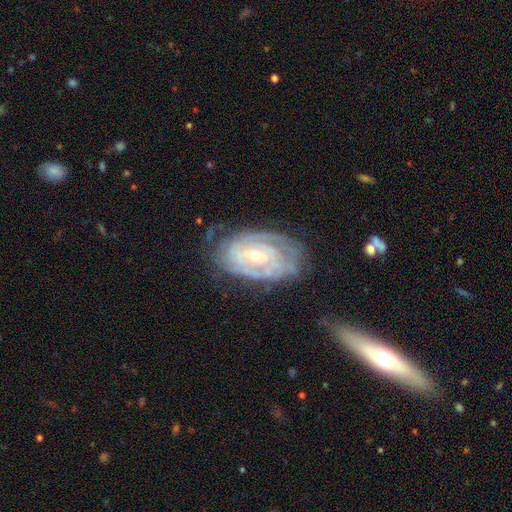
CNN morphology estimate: Smooth or featured: featured or disk — 83% (smooth — 11%)
Edge-on disk: no — 95% (yes — 5%)
Bar: no — 58% (weak — 31%)
Spiral arms: yes — 88% (no — 12%)
Spiral winding: tight — 73% (medium — 21%)
Spiral arm count: can't tell — 45% (2 — 25%)
Bulge size: small — 60% (moderate — 37%)
Merging: none — 65% (minor disturbance — 23%)